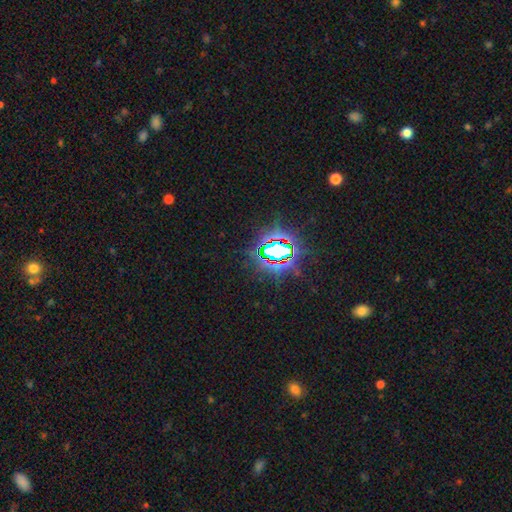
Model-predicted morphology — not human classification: Smooth or featured? star or artifact (83%)